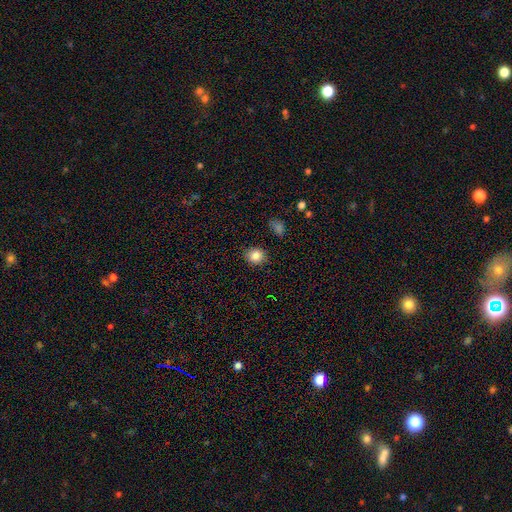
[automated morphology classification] A smooth galaxy with no disk features (85%) that is round (74%).

Vote fractions:
- Smooth or featured? smooth: 85% / star or artifact: 10% / featured or disk: 5%
- How rounded? round: 74% / in between: 25% / cigar-shaped: 1%
- Merging? none: 88% / minor disturbance: 9% / major disturbance: 2% / merger: 2%